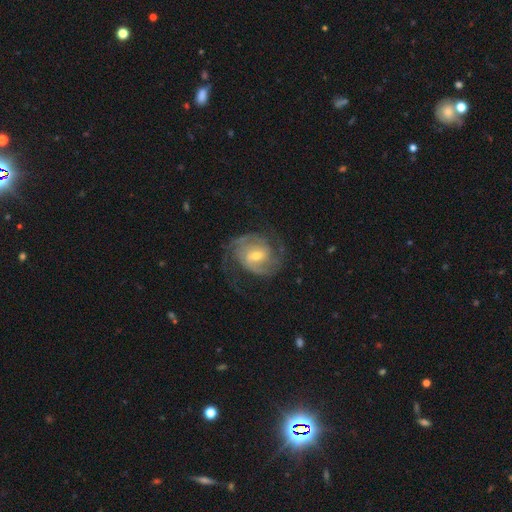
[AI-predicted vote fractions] Smooth or featured? featured or disk (89%)
Edge-on disk? no (98%)
Bar? weak (52%)
Spiral arms? yes (97%)
Spiral winding? medium (45%)
Spiral arm count? 2 (57%)
Bulge size? moderate (50%)
Merging? none (70%)